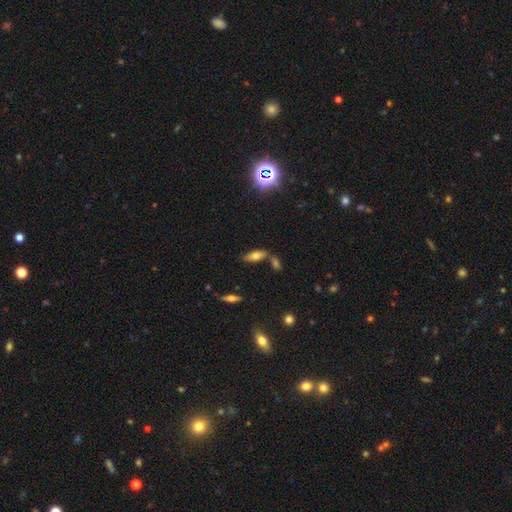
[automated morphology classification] Q: Smooth or featured?
A: smooth (67%); runner-up: featured or disk (22%)
Q: How rounded?
A: in between (78%); runner-up: cigar-shaped (20%)
Q: Merging?
A: none (62%); runner-up: merger (21%)